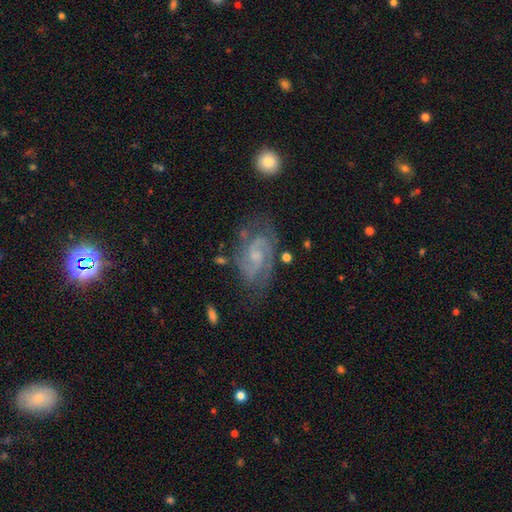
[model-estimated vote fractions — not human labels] The model was most divided on "bar": no: 48%, weak: 45%, strong: 7%. Remaining: edge-on disk — no (97%); spiral arms — yes (96%); smooth or featured — featured or disk (84%); spiral arm count — 2 (74%); merging — none (68%); bulge size — small (56%); spiral winding — medium (49%).